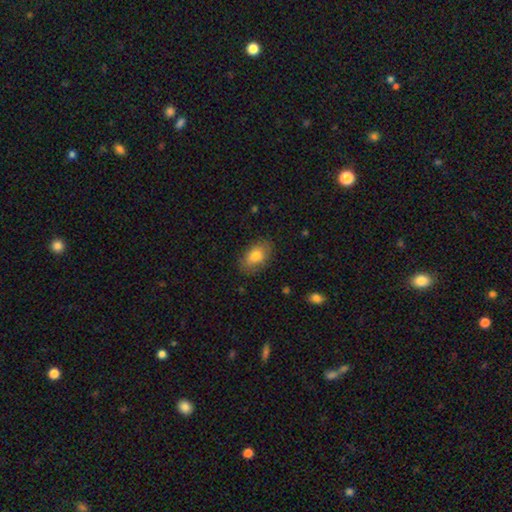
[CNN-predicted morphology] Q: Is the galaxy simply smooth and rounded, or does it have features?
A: smooth — 78%.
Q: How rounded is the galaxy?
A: in between — 88%.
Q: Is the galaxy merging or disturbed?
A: none — 82%.